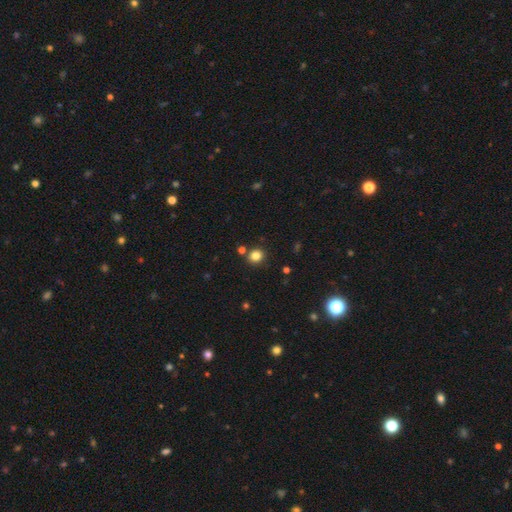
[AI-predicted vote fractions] Overall: smooth (82%). How rounded: round (79%). Merging: none (84%).